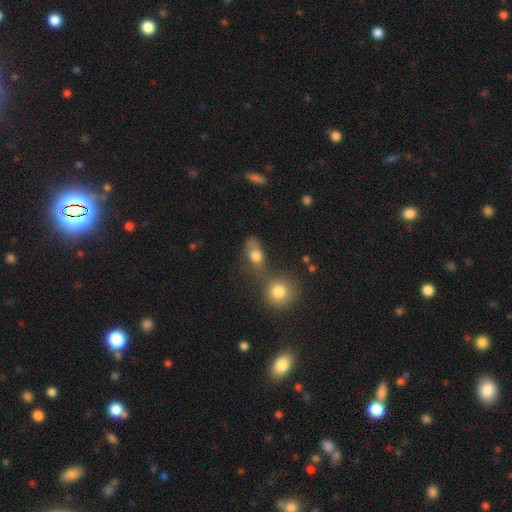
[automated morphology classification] Overall: smooth (75%). How rounded: in between (63%; round 33%). Merging: merger (43%; none 34%).